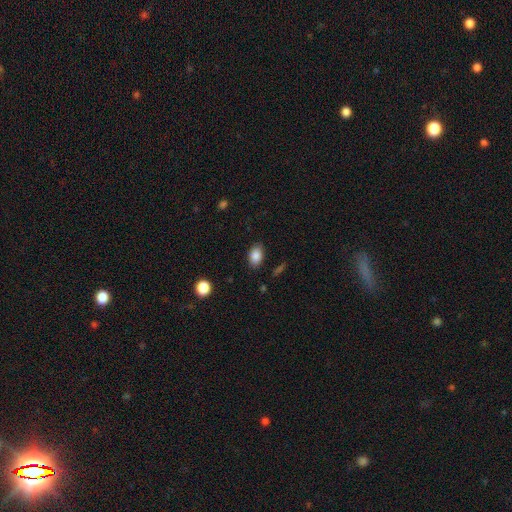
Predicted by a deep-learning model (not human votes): Overall: smooth (86%). How rounded: in between (86%). Merging: none (85%).